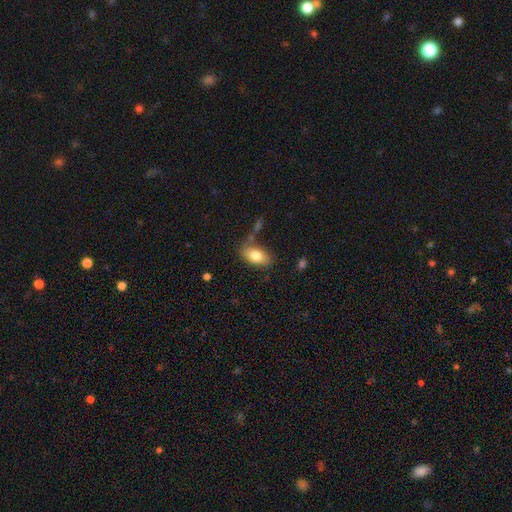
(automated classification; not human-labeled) This is clearly a smooth galaxy (81%). How rounded: clearly in between (91%). Merging: likely none (73%).